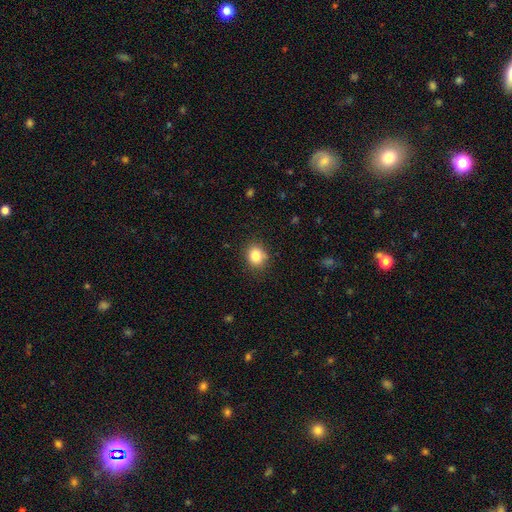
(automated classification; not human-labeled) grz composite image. It shows a smooth galaxy with no disk features (83%) that is round (70%). Merging: none (83%).